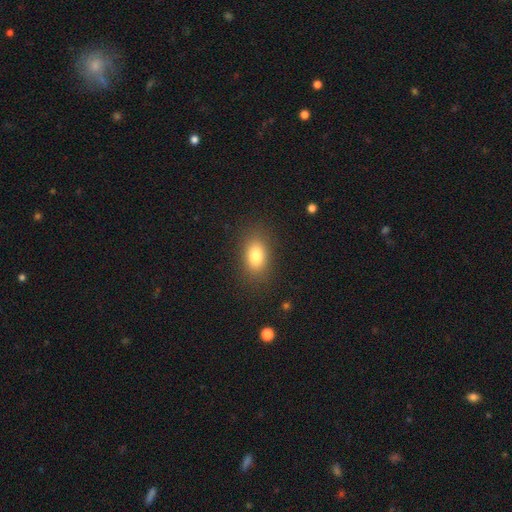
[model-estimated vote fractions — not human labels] smooth_or_featured: smooth (p=0.81) [alt: star or artifact p=0.10]
how_rounded: in between (p=0.83) [alt: round p=0.15]
merging: none (p=0.85) [alt: minor disturbance p=0.10]